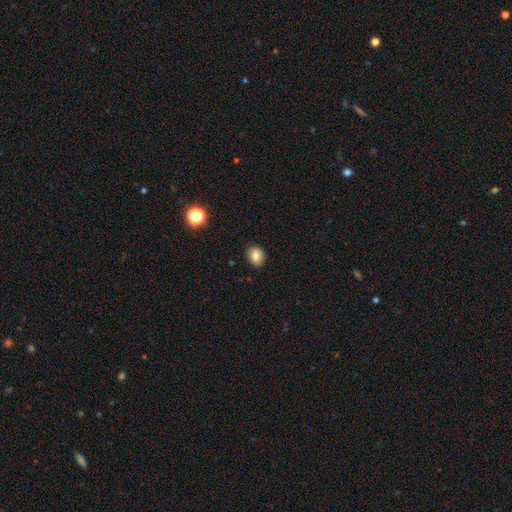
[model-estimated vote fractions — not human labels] Smooth or featured? smooth (82%)
How rounded? round (60%)
Merging? none (89%)